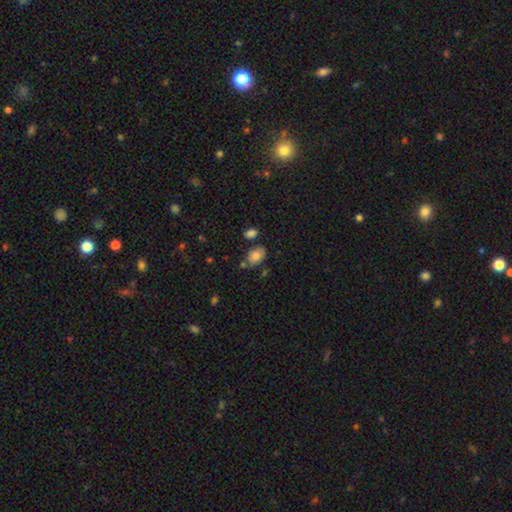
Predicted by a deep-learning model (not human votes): smooth_or_featured: smooth (p=0.80) [alt: featured or disk p=0.11]
how_rounded: in between (p=0.84) [alt: round p=0.15]
merging: none (p=0.68) [alt: minor disturbance p=0.18]